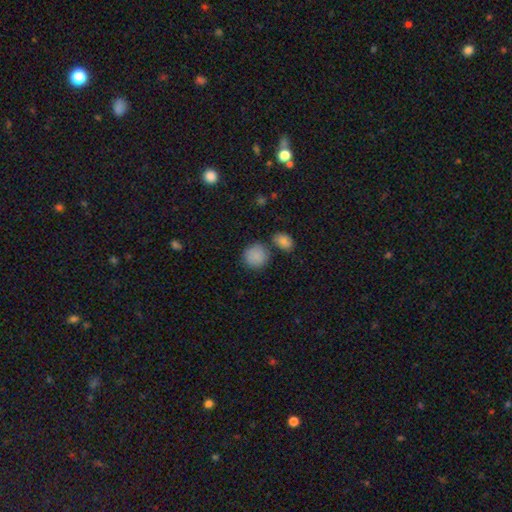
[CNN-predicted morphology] smooth-or-featured: smooth: 86% | star or artifact: 9% | featured or disk: 5%
  how-rounded: round: 88% | in between: 11% | cigar-shaped: 1%
  merging: none: 73% | merger: 12% | minor disturbance: 11% | major disturbance: 4%